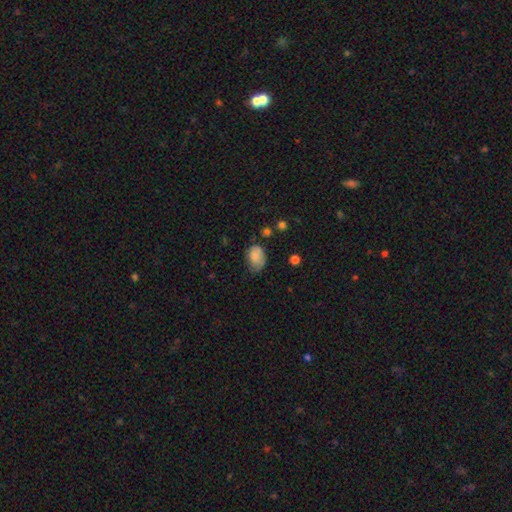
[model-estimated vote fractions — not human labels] Smooth or featured?
  - smooth: 81% *
  - featured or disk: 10%
  - star or artifact: 9%
How rounded?
  - in between: 78% *
  - round: 21%
  - cigar-shaped: 1%
Merging?
  - none: 46% *
  - minor disturbance: 39%
  - major disturbance: 12%
  - merger: 3%